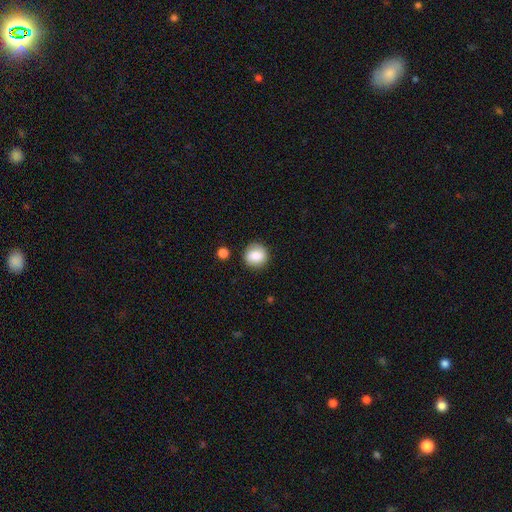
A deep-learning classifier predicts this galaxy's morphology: smooth_or_featured: smooth (p=0.84) [alt: featured or disk p=0.08]
how_rounded: round (p=0.88) [alt: in between p=0.11]
merging: none (p=0.84) [alt: minor disturbance p=0.10]